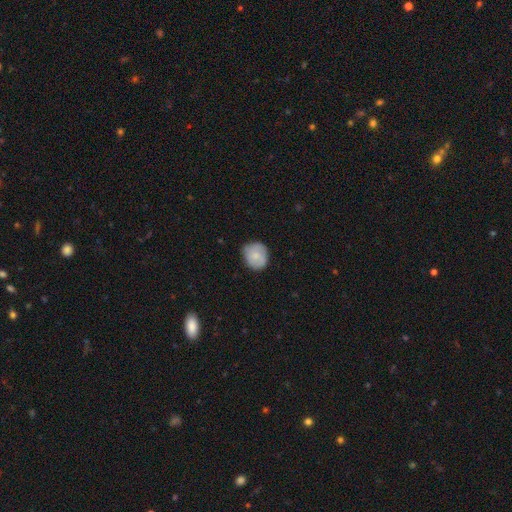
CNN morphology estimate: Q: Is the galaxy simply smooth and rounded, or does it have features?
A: smooth — 73%.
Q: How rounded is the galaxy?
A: round — 79%.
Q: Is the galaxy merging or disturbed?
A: none — 78%.